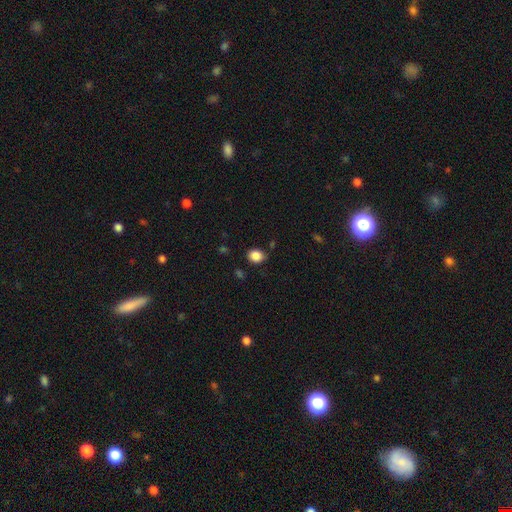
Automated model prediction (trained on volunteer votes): Q: Smooth or featured?
A: smooth (86%); runner-up: star or artifact (10%)
Q: How rounded?
A: round (52%); runner-up: in between (47%)
Q: Merging?
A: none (79%); runner-up: minor disturbance (16%)